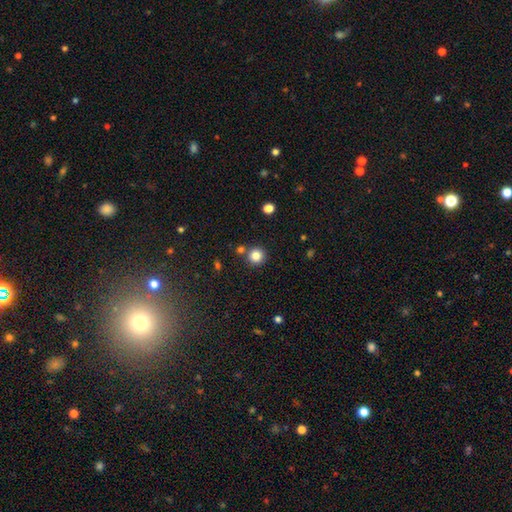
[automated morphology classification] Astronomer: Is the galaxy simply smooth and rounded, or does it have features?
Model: smooth — 84%.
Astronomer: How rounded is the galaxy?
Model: round — 94%.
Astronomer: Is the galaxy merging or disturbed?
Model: none — 81%.